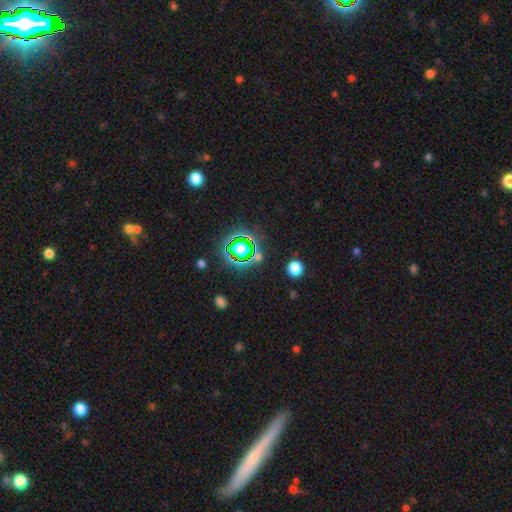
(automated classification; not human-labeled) Morphology: type=star or artifact (71%).